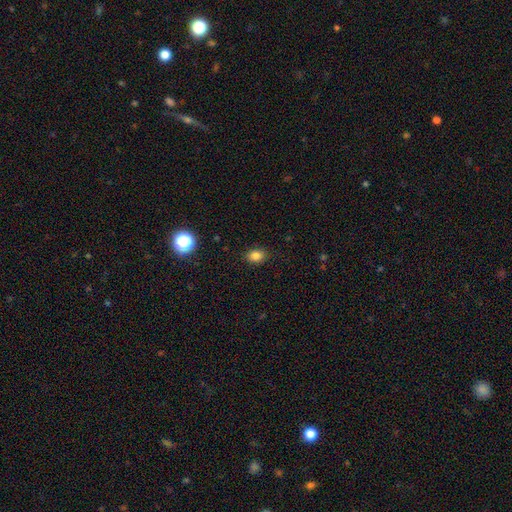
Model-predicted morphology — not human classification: smooth_or_featured: smooth (p=0.83) [alt: star or artifact p=0.12]
how_rounded: in between (p=0.65) [alt: round p=0.34]
merging: none (p=0.87) [alt: minor disturbance p=0.09]